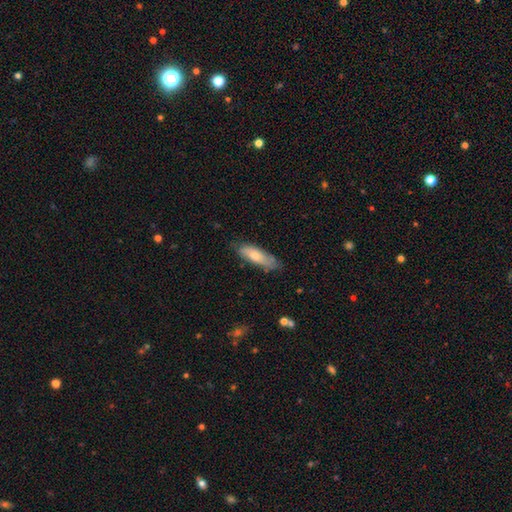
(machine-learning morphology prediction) type=smooth (69%); roundness=in between (54%); merging=none (67%).